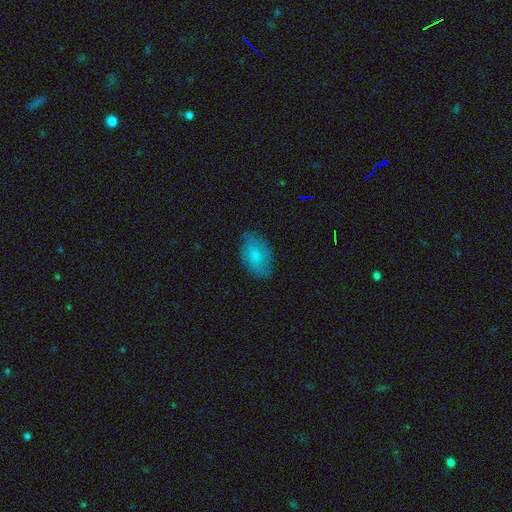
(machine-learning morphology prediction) Overall: smooth (70%). How rounded: in between (91%). Merging: none (75%).